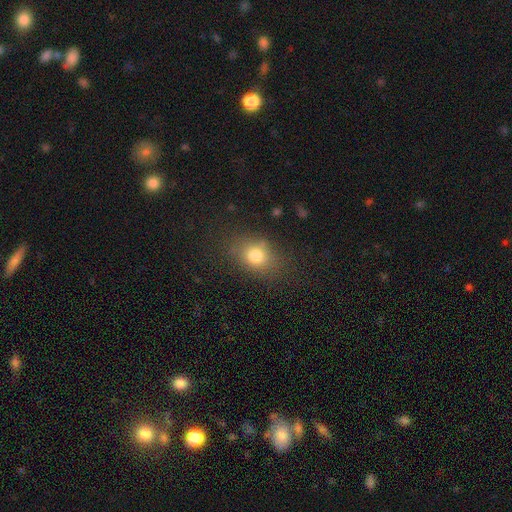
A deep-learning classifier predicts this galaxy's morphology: smooth-or-featured: smooth: 78% | star or artifact: 12% | featured or disk: 9%
  how-rounded: in between: 54% | round: 45% | cigar-shaped: 1%
  merging: none: 74% | minor disturbance: 17% | major disturbance: 7% | merger: 2%